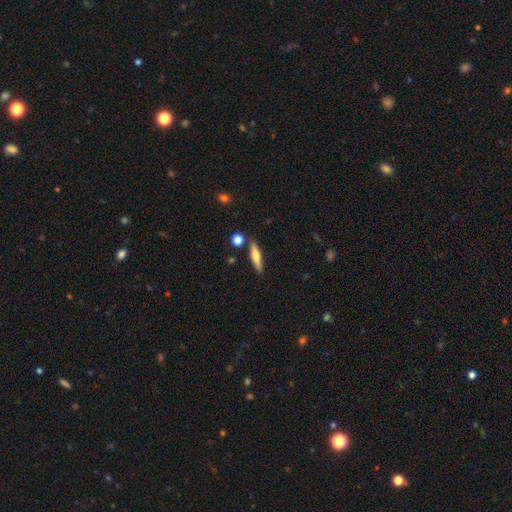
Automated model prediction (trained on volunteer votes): The model was most divided on "smooth or featured": smooth: 55%, featured or disk: 39%, star or artifact: 7%. More confident: merging — none (84%); how rounded — cigar-shaped (79%).